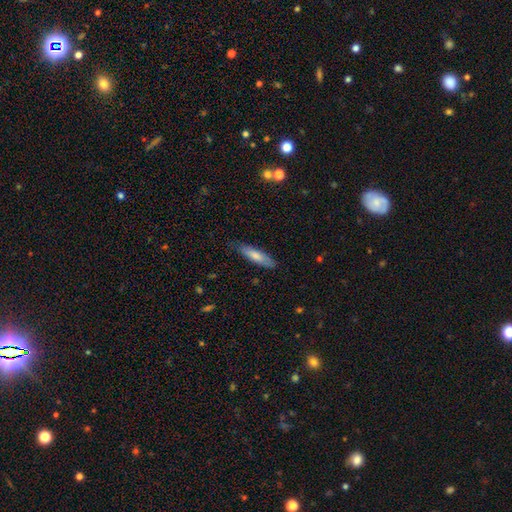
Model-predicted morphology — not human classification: A smooth galaxy with no disk features (72%) that is cigar-shaped (65%). Merging: none (79%).